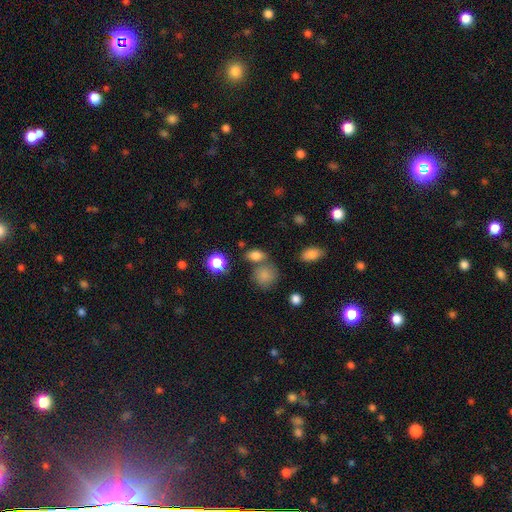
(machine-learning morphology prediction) A smooth galaxy with no disk features (78%) that is in between round and cigar-shaped (69%). Merging: none (61%).